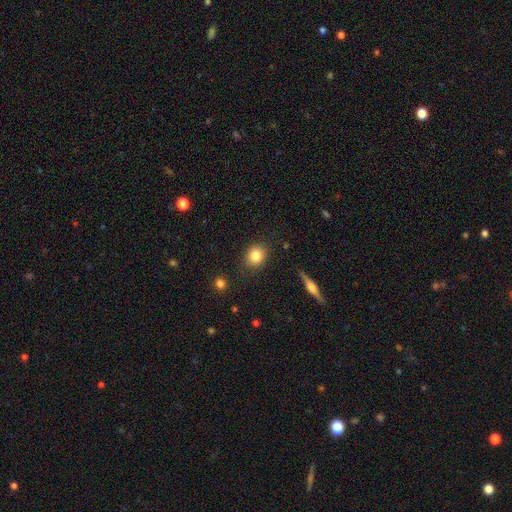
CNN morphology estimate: Smooth or featured? Predicted: smooth (p=0.83). How rounded? Predicted: round (p=0.69). Merging? Predicted: none (p=0.86).